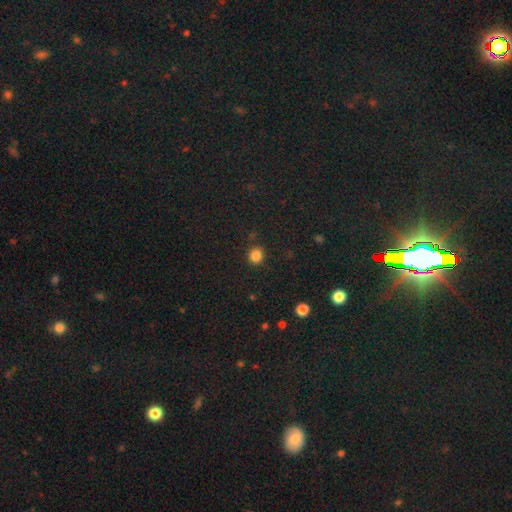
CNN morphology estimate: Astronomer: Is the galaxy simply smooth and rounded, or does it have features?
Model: smooth — 85%.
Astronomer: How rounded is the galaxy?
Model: round — 86%.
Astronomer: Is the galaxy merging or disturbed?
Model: none — 90%.